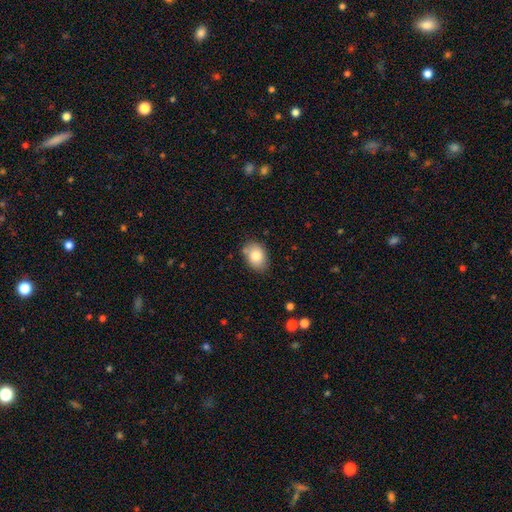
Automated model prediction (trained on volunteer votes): Smooth or featured: smooth — 83% (featured or disk — 10%)
How rounded: in between — 78% (round — 21%)
Merging: none — 73% (minor disturbance — 19%)